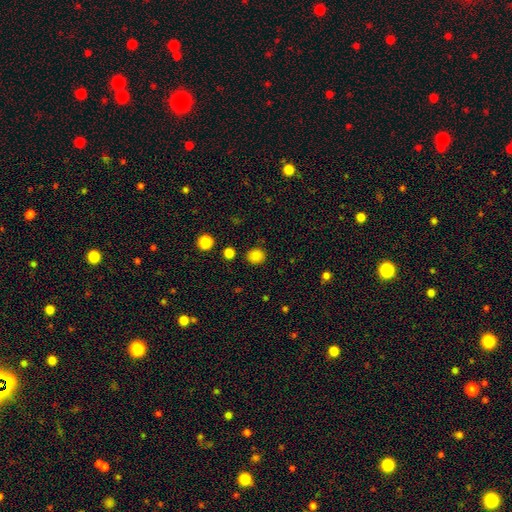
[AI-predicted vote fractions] A smooth galaxy with no disk features (85%) that is round (83%). Merging: none (88%).